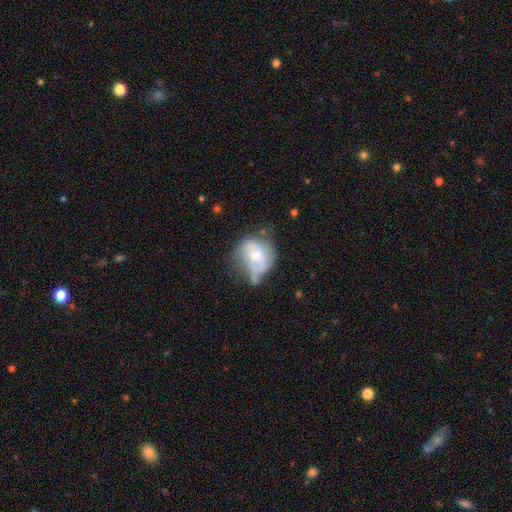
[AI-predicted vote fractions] This is possibly a smooth galaxy (49%). Merging: marginally minor disturbance (31%).